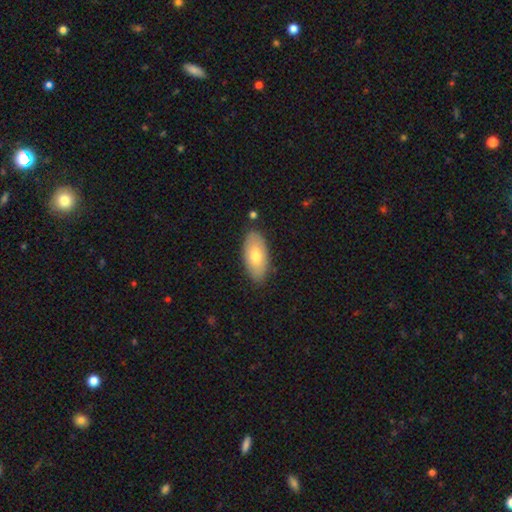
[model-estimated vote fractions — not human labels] smooth_or_featured: smooth (p=0.73) [alt: featured or disk p=0.21]
how_rounded: in between (p=0.91) [alt: cigar-shaped p=0.06]
merging: none (p=0.84) [alt: minor disturbance p=0.12]